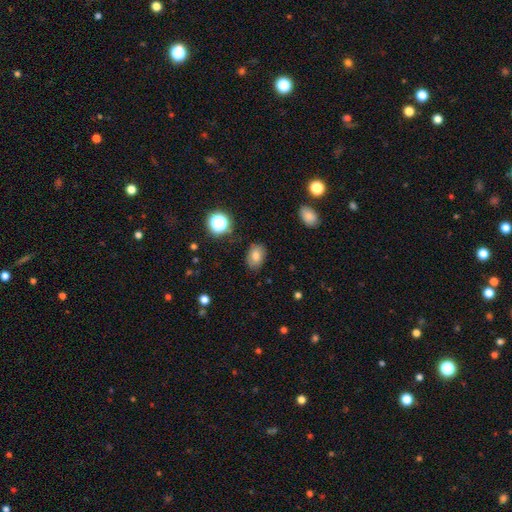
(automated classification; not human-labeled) This is likely a smooth galaxy (77%). How rounded: likely in between (79%). Merging: clearly none (83%).